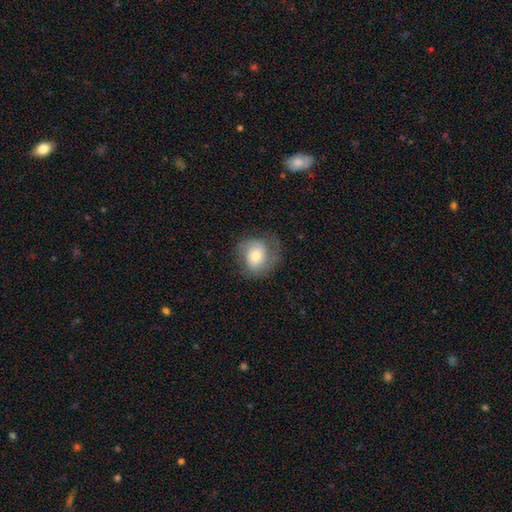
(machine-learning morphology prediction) Smooth or featured? featured or disk (52%)
Edge-on disk? no (97%)
Bar? no (65%)
Spiral arms? yes (83%)
Bulge size? moderate (58%)
Merging? none (68%)